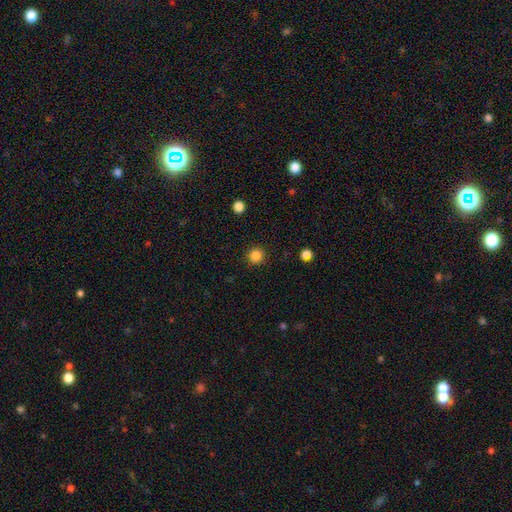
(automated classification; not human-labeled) smooth_or_featured: smooth (p=0.85) [alt: star or artifact p=0.12]
how_rounded: round (p=0.94) [alt: in between p=0.05]
merging: none (p=0.90) [alt: minor disturbance p=0.07]